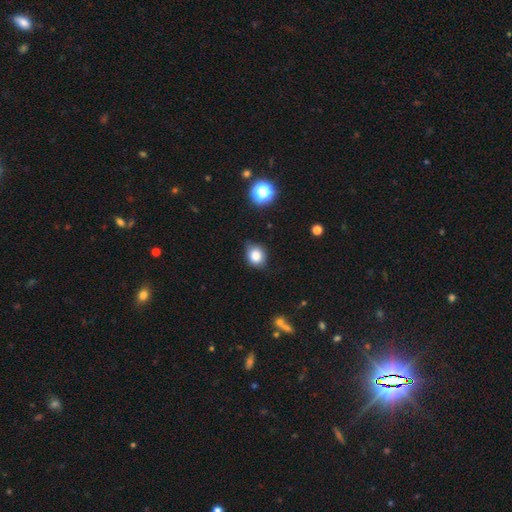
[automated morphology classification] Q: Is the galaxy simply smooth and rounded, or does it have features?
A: smooth — 82%.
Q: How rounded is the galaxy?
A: round — 61%.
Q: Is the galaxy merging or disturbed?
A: none — 71%.